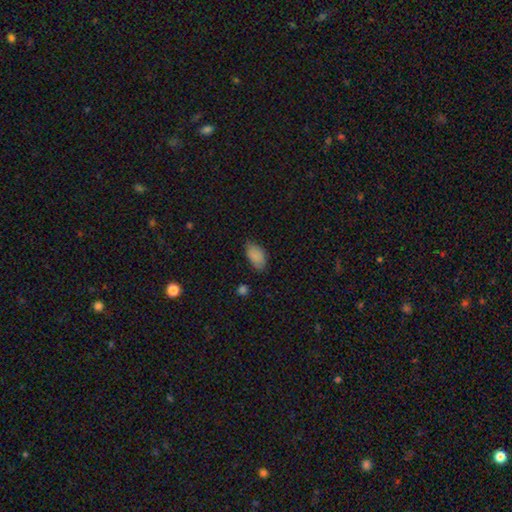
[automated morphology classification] Smooth or featured?
  - smooth: 86% *
  - star or artifact: 8%
  - featured or disk: 6%
How rounded?
  - in between: 93% *
  - round: 5%
  - cigar-shaped: 2%
Merging?
  - none: 70% *
  - minor disturbance: 25%
  - major disturbance: 4%
  - merger: 2%